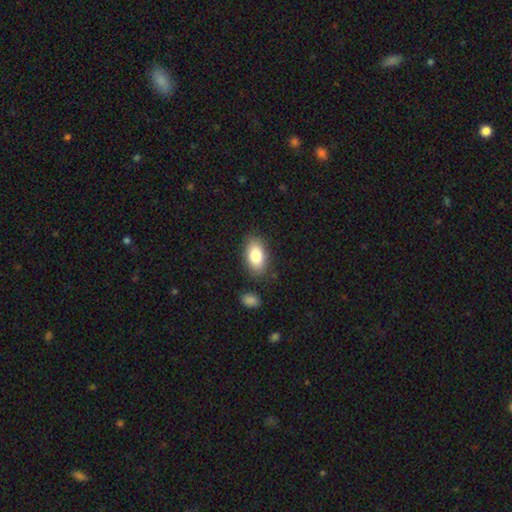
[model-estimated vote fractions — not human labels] The model was most divided on "smooth or featured": smooth: 82%, featured or disk: 11%, star or artifact: 7%. More confident: how rounded — in between (92%); merging — none (83%).